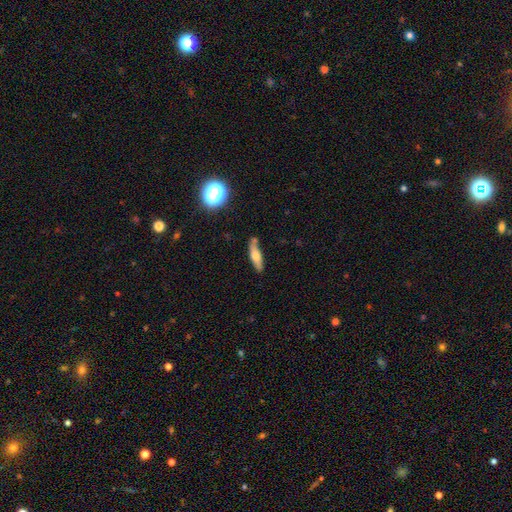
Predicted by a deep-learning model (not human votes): The model was most divided on "smooth or featured": smooth: 56%, featured or disk: 36%, star or artifact: 8%. More confident: merging — none (75%); how rounded — cigar-shaped (66%).